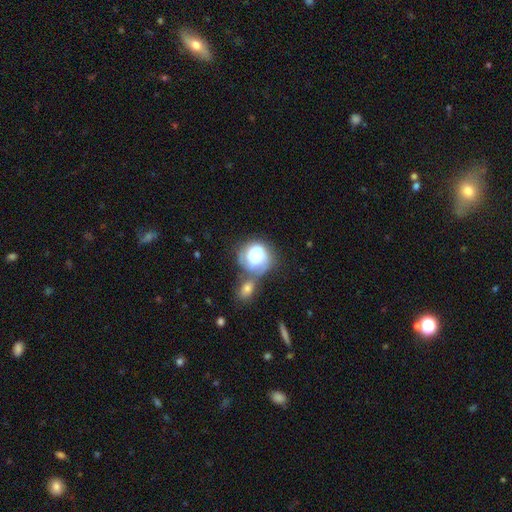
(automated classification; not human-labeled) smooth-or-featured: smooth: 64% | featured or disk: 29% | star or artifact: 7%
  how-rounded: round: 78% | in between: 21% | cigar-shaped: 1%
  merging: merger: 39% | none: 29% | minor disturbance: 18% | major disturbance: 14%